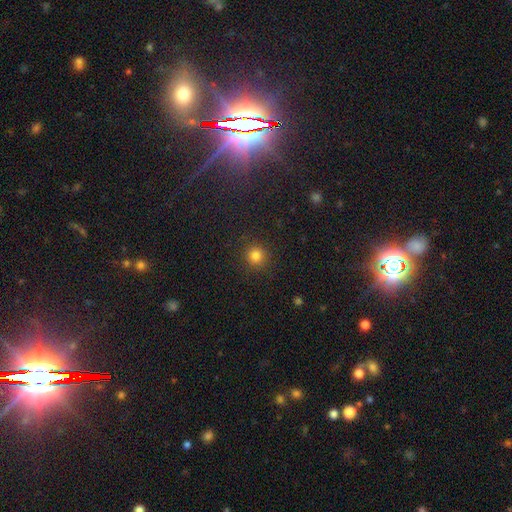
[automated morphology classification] Smooth or featured?
  - smooth: 82% *
  - star or artifact: 14%
  - featured or disk: 5%
How rounded?
  - round: 94% *
  - in between: 5%
  - cigar-shaped: 1%
Merging?
  - none: 91% *
  - minor disturbance: 6%
  - major disturbance: 2%
  - merger: 1%